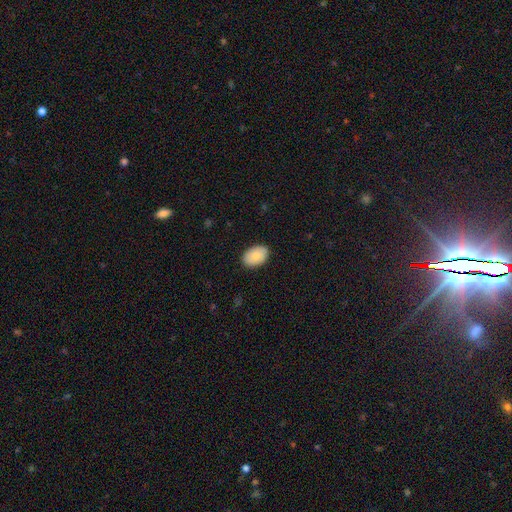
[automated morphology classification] A smooth galaxy with no disk features (87%) that is in between round and cigar-shaped (90%).

Vote fractions:
- Smooth or featured? smooth: 87% / featured or disk: 7% / star or artifact: 6%
- How rounded? in between: 90% / round: 9% / cigar-shaped: 1%
- Merging? none: 88% / minor disturbance: 10% / major disturbance: 2% / merger: 1%